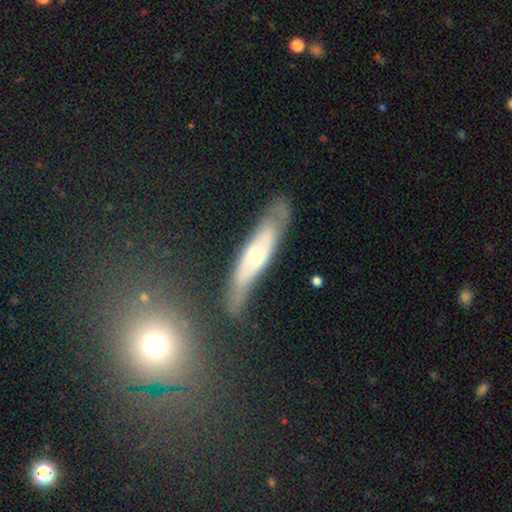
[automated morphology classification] A featured or disk galaxy (58%) with not edge-on (50%, tied with yes).

Vote fractions:
- Smooth or featured? featured or disk: 58% / smooth: 35% / star or artifact: 7%
- Edge-on disk? no: 50% (tied) / yes: 50% (tied)
- Merging? none: 62% / minor disturbance: 23% / major disturbance: 10% / merger: 5%